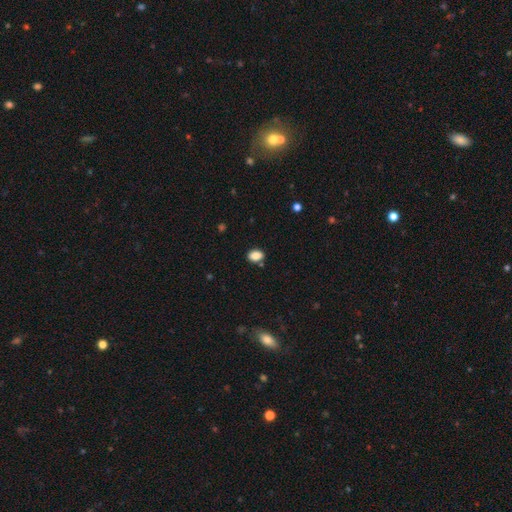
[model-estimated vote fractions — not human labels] smooth 86%, star or artifact 9%, featured or disk 4%. Down the decision tree: how rounded — in between (76%); merging — none (82%).